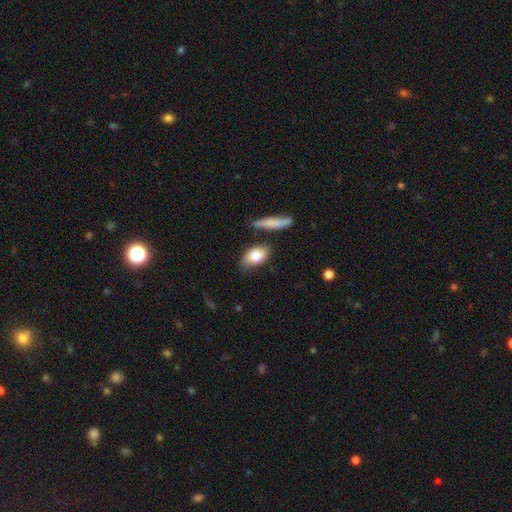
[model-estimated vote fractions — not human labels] The model was most divided on "merging": none: 70%, minor disturbance: 18%, merger: 7%, major disturbance: 4%. More confident: how rounded — in between (88%); smooth or featured — smooth (79%).